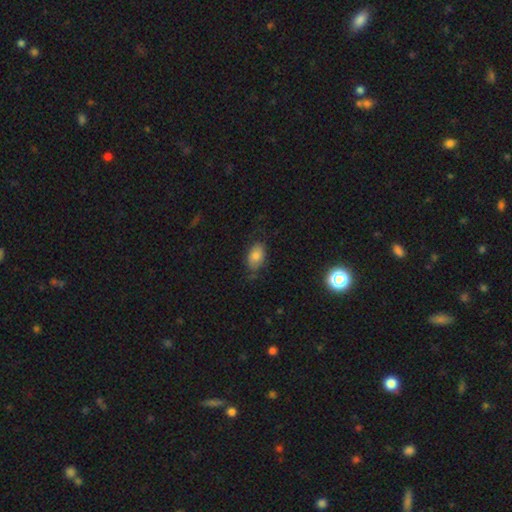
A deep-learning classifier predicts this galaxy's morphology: Smooth or featured? Predicted: smooth (p=0.74). How rounded? Predicted: in between (p=0.87). Merging? Predicted: none (p=0.65).